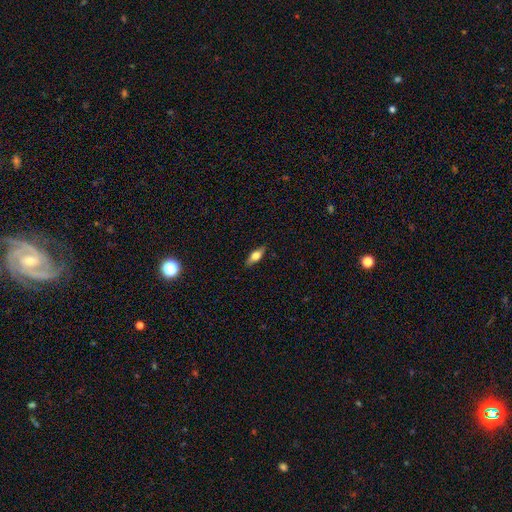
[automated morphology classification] type=smooth (59%); roundness=in between (67%); merging=none (86%).